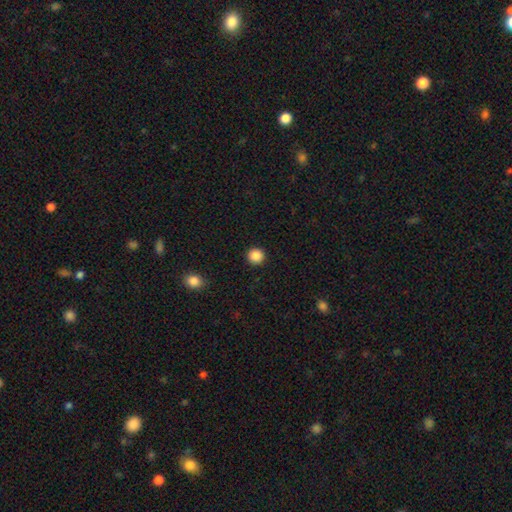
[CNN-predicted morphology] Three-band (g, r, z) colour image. It shows a smooth galaxy with no disk features (87%) that is round (95%). Merging: none (93%).